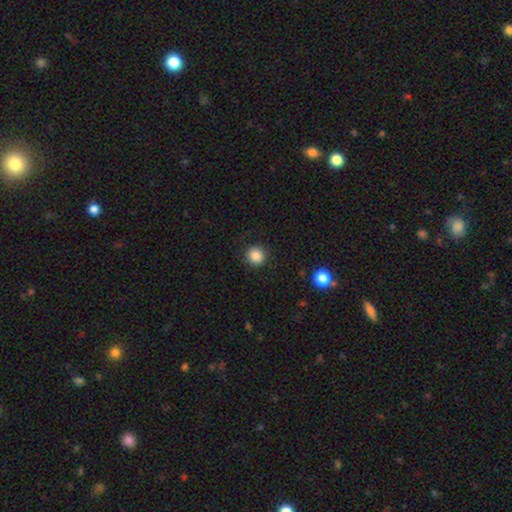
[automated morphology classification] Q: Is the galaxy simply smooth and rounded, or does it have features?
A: smooth — 86%.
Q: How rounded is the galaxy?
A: round — 93%.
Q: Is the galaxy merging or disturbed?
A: none — 90%.